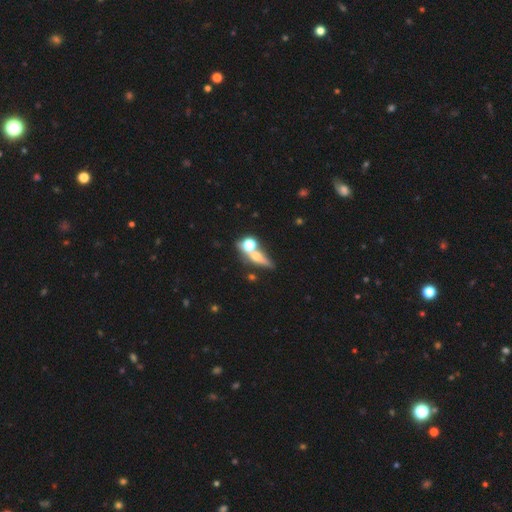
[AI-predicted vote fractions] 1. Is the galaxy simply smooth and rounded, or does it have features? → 50% smooth, 32% featured or disk, 18% star or artifact.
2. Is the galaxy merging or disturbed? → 45% none, 35% merger, 12% minor disturbance, 8% major disturbance.